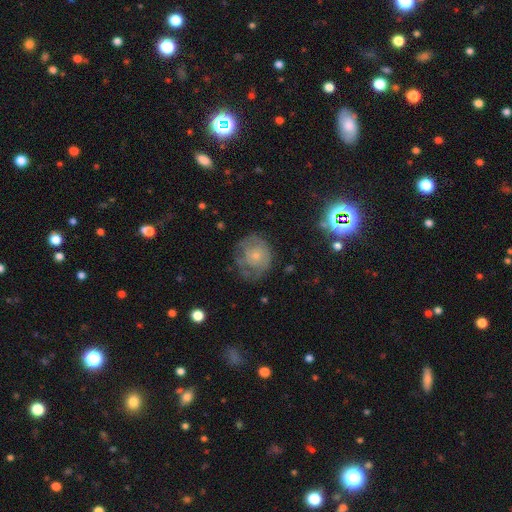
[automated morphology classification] Overall: featured or disk (47%; smooth 44%). Merging: none (53%; minor disturbance 26%).